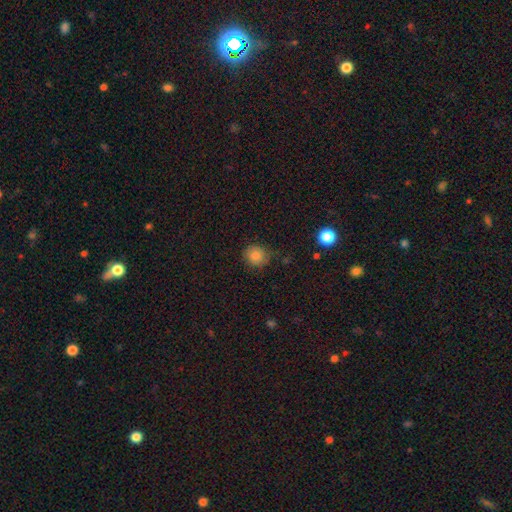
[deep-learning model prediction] Smooth or featured: smooth — 84% (star or artifact — 11%)
How rounded: round — 84% (in between — 15%)
Merging: none — 77% (minor disturbance — 17%)